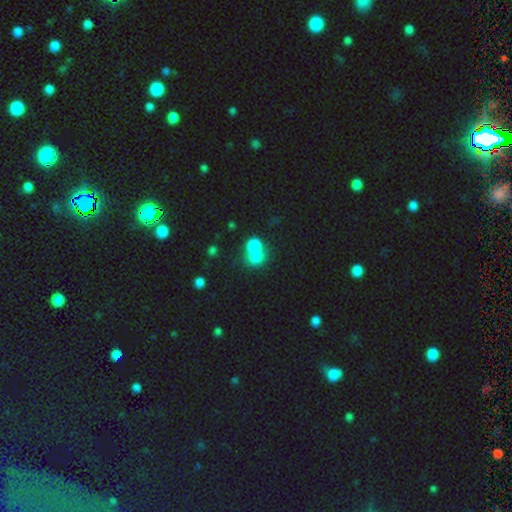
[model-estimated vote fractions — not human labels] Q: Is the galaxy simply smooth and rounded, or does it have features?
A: smooth — 73%.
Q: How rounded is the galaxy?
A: round — 74%.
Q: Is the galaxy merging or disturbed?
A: merger — 58%.